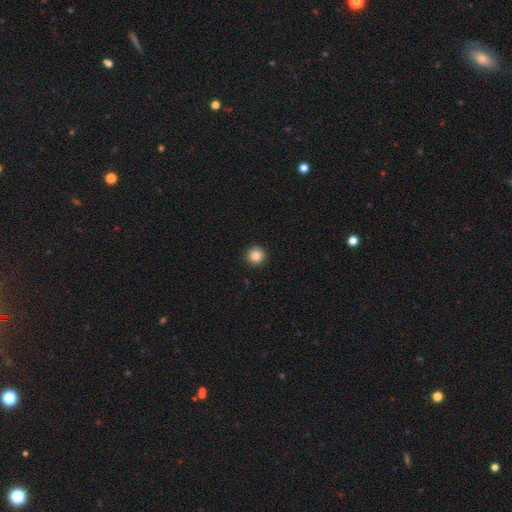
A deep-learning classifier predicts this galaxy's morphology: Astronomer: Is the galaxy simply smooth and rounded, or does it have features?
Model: smooth — 86%.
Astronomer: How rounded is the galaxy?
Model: round — 96%.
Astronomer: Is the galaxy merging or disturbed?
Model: none — 92%.